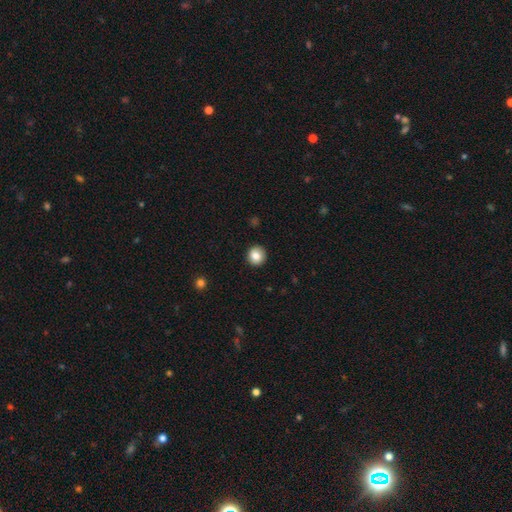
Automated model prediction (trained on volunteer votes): smooth-or-featured: smooth: 84% | star or artifact: 9% | featured or disk: 7%
  how-rounded: round: 91% | in between: 8% | cigar-shaped: 1%
  merging: none: 92% | minor disturbance: 5% | major disturbance: 2% | merger: 1%